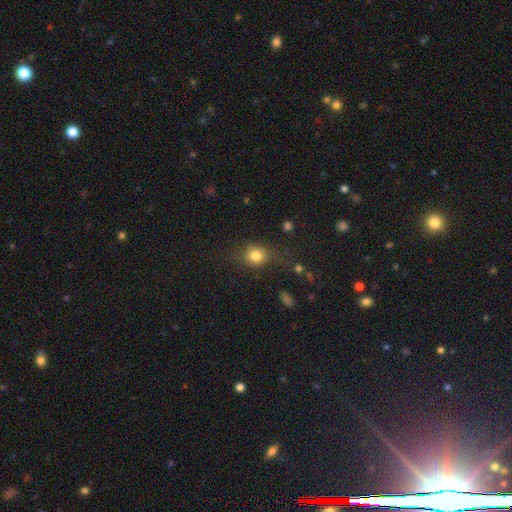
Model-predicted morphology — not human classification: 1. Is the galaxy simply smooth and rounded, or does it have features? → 81% smooth, 12% star or artifact, 7% featured or disk.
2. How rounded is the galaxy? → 70% round, 28% in between, 2% cigar-shaped.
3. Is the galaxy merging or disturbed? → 75% none, 15% minor disturbance, 7% major disturbance, 3% merger.